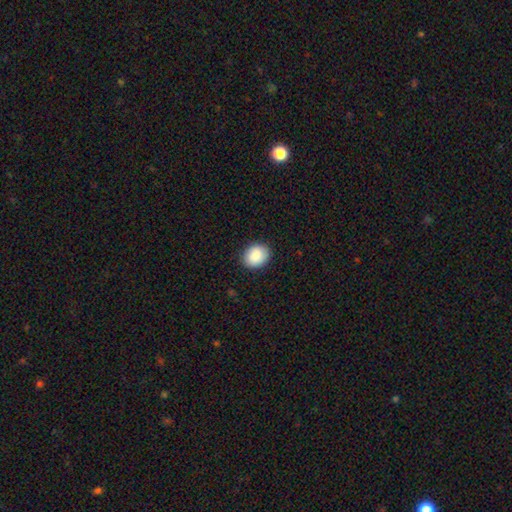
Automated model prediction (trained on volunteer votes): A smooth galaxy with no disk features (88%) that is in between round and cigar-shaped (53%). Merging: none (87%).